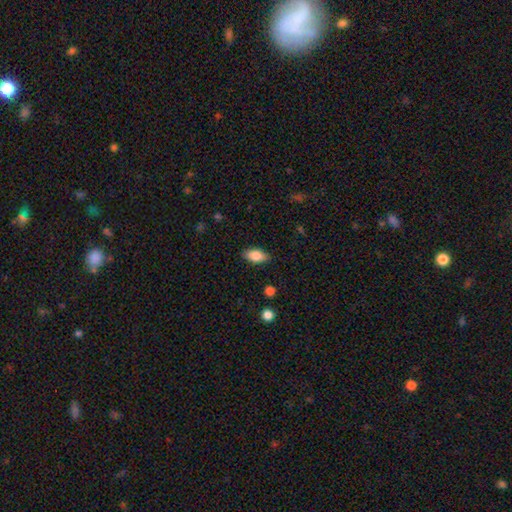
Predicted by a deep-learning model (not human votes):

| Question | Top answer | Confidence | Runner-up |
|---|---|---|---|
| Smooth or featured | smooth | 83% | featured or disk (10%) |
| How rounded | in between | 89% | cigar-shaped (6%) |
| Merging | none | 86% | minor disturbance (10%) |